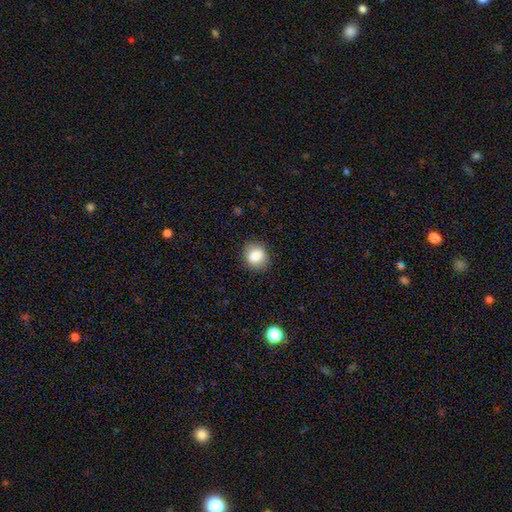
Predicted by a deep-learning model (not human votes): Q: Smooth or featured?
A: smooth (83%); runner-up: star or artifact (9%)
Q: How rounded?
A: round (71%); runner-up: in between (28%)
Q: Merging?
A: none (86%); runner-up: minor disturbance (10%)